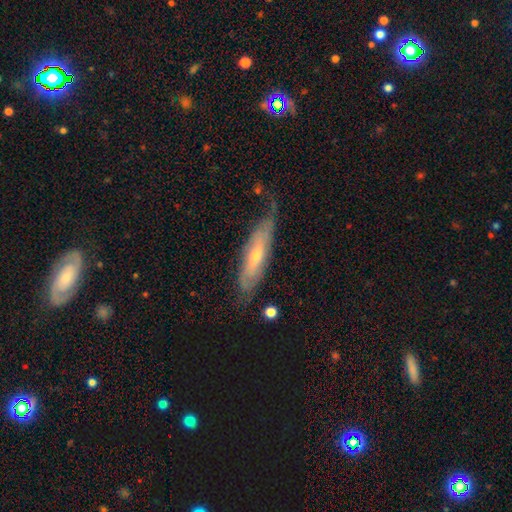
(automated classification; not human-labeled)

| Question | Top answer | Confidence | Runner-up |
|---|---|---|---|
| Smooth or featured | featured or disk | 57% | smooth (37%) |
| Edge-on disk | no | 58% | yes (42%) |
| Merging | none | 55% | minor disturbance (30%) |